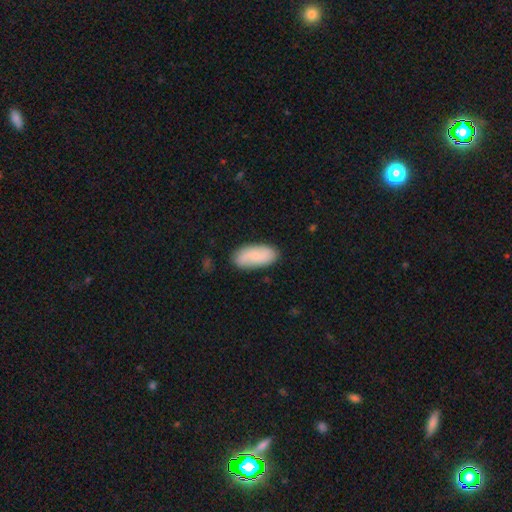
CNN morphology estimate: Smooth or featured? Predicted: smooth (p=0.68). How rounded? Predicted: in between (p=0.90). Merging? Predicted: none (p=0.79).